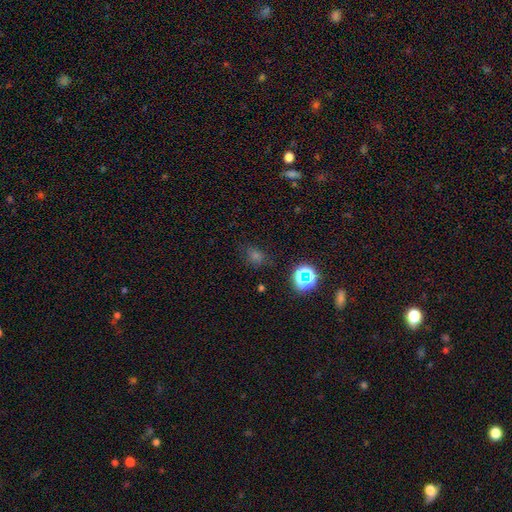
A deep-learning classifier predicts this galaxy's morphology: smooth-or-featured: smooth: 54% | star or artifact: 37% | featured or disk: 9%
  how-rounded: round: 53% | in between: 45% | cigar-shaped: 2%
  merging: none: 77% | minor disturbance: 15% | major disturbance: 5% | merger: 3%